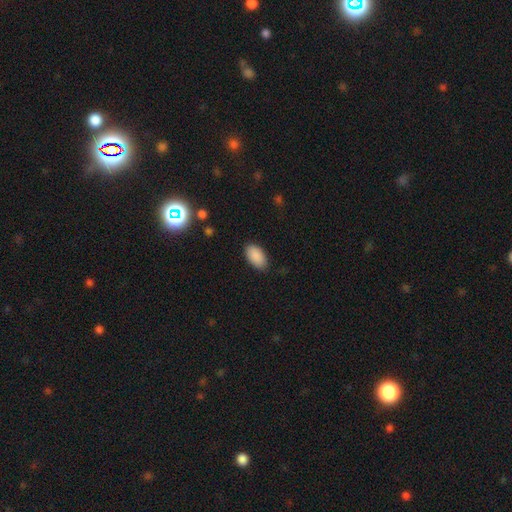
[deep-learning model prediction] Morphology: type=smooth (89%); roundness=in between (95%); merging=none (85%).